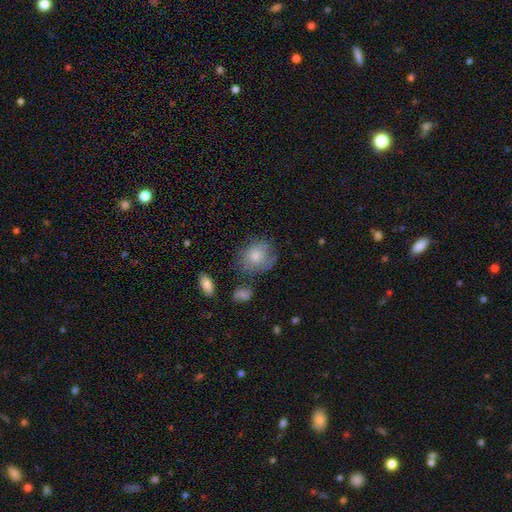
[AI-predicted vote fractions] Smooth or featured?
  - smooth: 57% *
  - featured or disk: 31%
  - star or artifact: 12%
How rounded?
  - round: 60% *
  - in between: 39%
  - cigar-shaped: 1%
Merging?
  - none: 58% *
  - minor disturbance: 25%
  - major disturbance: 12%
  - merger: 5%